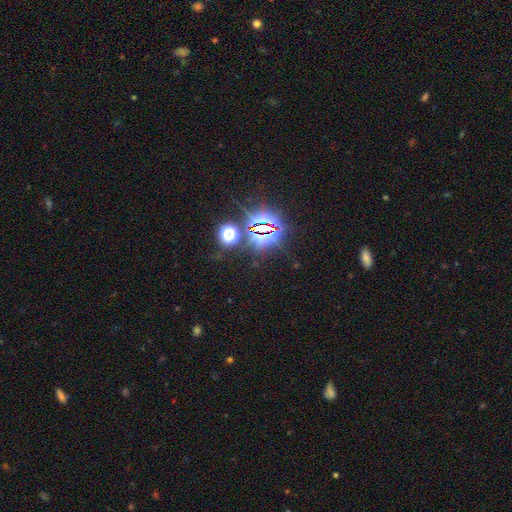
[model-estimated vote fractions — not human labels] Q: Smooth or featured?
A: star or artifact (80%); runner-up: smooth (13%)